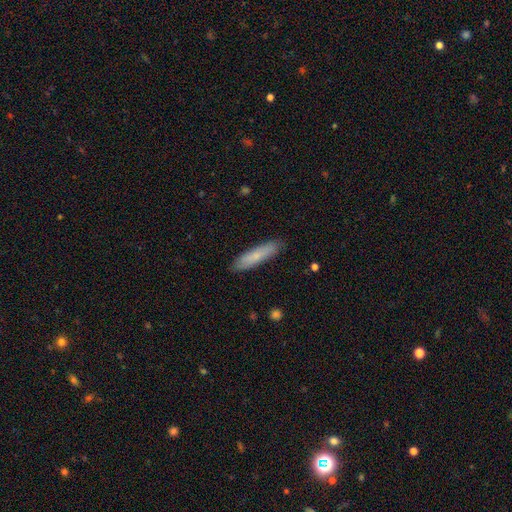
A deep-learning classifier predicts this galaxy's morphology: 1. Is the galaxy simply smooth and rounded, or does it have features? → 75% smooth, 19% featured or disk, 6% star or artifact.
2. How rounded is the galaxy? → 81% cigar-shaped, 18% in between, 1% round.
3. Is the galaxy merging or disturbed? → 87% none, 10% minor disturbance, 2% major disturbance, 1% merger.